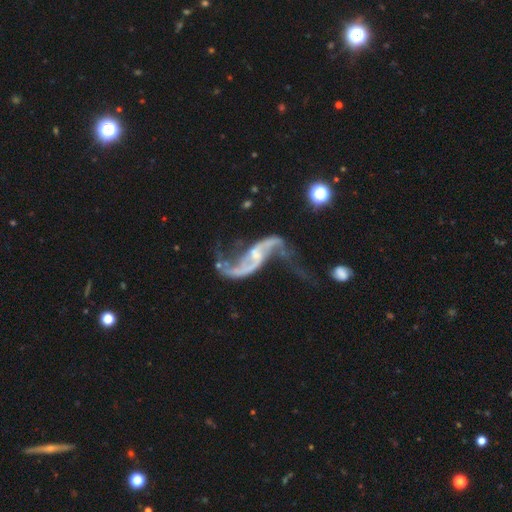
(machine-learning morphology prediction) featured or disk 91%, star or artifact 5%, smooth 4%. Down the decision tree: edge-on disk — no (95%); bar — weak (41%); spiral arms — yes (95%); spiral arm count — 2 (93%); spiral winding — loose (90%); bulge size — small (55%); merging — none (44%).